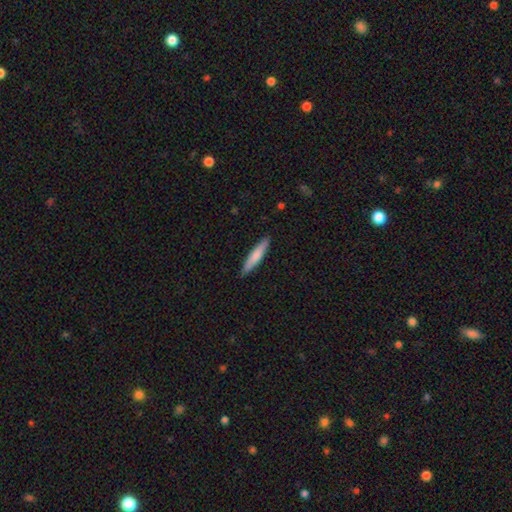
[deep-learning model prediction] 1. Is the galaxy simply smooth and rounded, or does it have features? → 72% smooth, 23% featured or disk, 5% star or artifact.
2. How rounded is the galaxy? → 89% cigar-shaped, 9% in between, 1% round.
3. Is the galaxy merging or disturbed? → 89% none, 8% minor disturbance, 2% major disturbance, 1% merger.